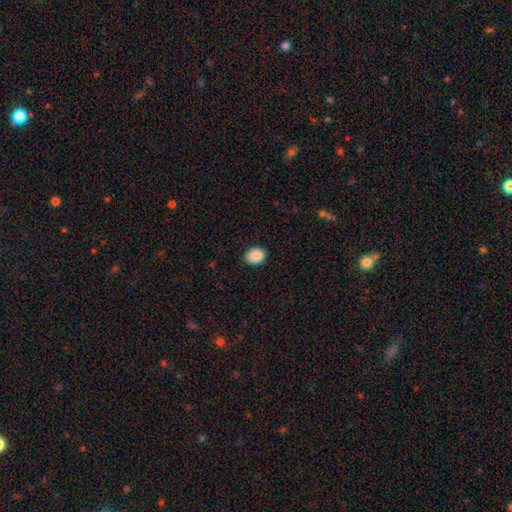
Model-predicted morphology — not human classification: Overall: smooth (90%). How rounded: in between (67%; round 32%). Merging: none (87%).